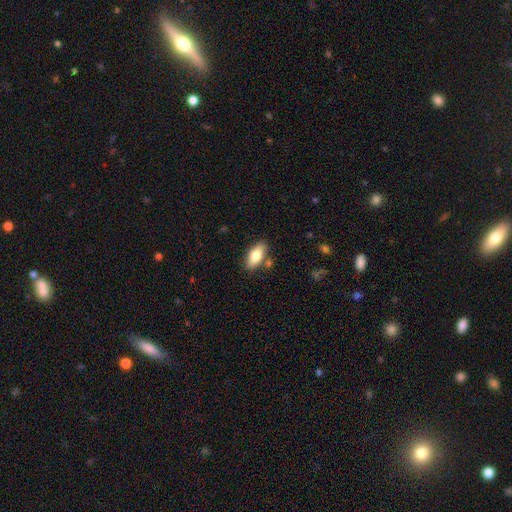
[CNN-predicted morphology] smooth_or_featured: smooth (p=0.78) [alt: featured or disk p=0.15]
how_rounded: in between (p=0.86) [alt: cigar-shaped p=0.11]
merging: none (p=0.79) [alt: minor disturbance p=0.13]